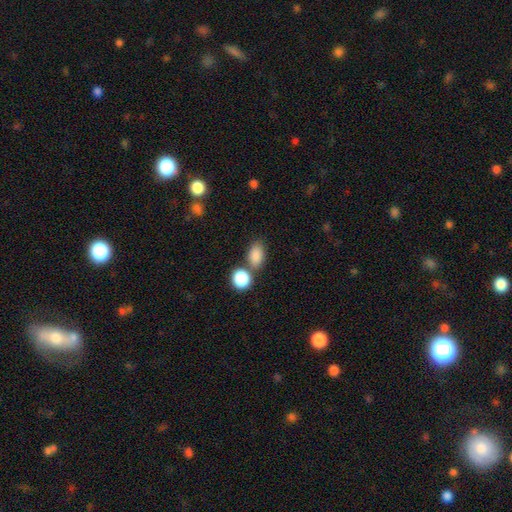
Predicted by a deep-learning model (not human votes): Overall: smooth (85%). How rounded: in between (81%). Merging: none (60%; merger 24%).